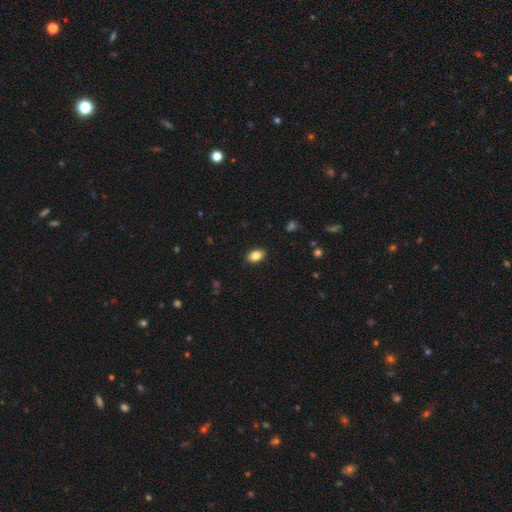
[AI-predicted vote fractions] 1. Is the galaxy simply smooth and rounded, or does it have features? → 85% smooth, 8% star or artifact, 7% featured or disk.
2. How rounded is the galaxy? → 85% in between, 13% round, 1% cigar-shaped.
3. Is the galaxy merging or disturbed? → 88% none, 9% minor disturbance, 2% major disturbance, 1% merger.